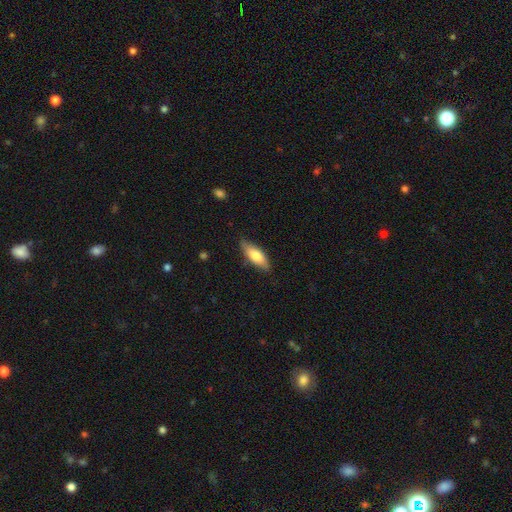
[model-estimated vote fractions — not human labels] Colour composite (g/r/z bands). It shows a smooth galaxy with no disk features (74%) that is in between round and cigar-shaped (66%). Merging: none (79%).